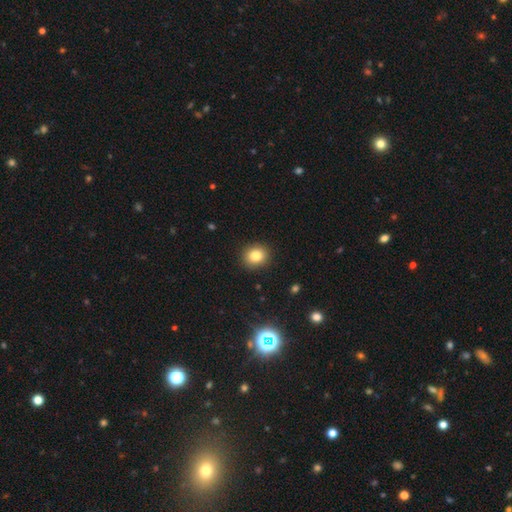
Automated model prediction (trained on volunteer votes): Smooth or featured? Predicted: smooth (p=0.82). How rounded? Predicted: round (p=0.75). Merging? Predicted: none (p=0.90).